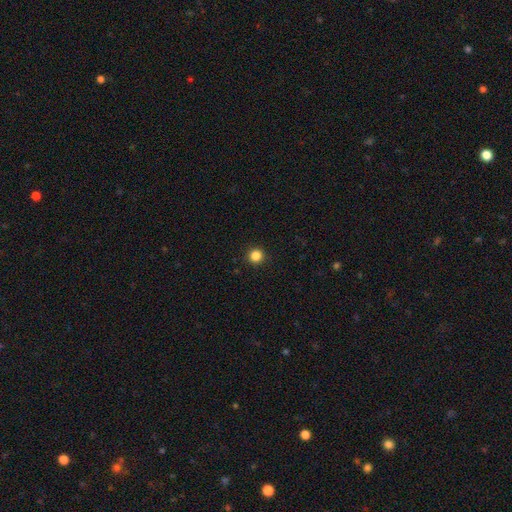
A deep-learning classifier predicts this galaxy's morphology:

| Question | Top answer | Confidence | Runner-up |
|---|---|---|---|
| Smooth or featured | smooth | 85% | star or artifact (12%) |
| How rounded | round | 95% | in between (4%) |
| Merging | none | 93% | minor disturbance (5%) |